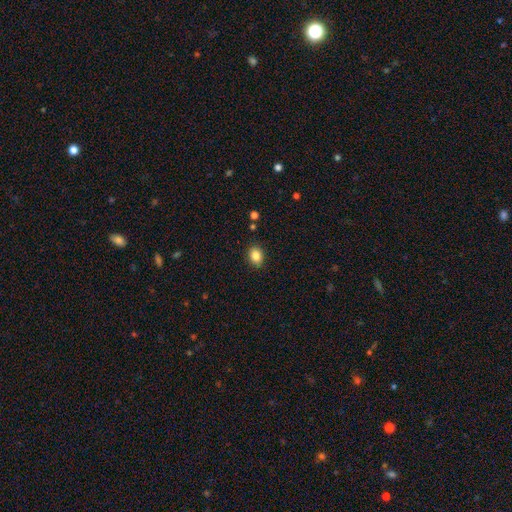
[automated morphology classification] smooth-or-featured: smooth: 85% | star or artifact: 10% | featured or disk: 5%
  how-rounded: in between: 59% | round: 40% | cigar-shaped: 1%
  merging: none: 88% | minor disturbance: 8% | major disturbance: 2% | merger: 1%